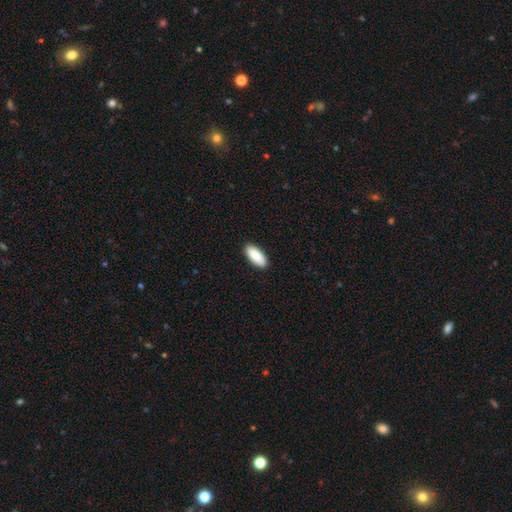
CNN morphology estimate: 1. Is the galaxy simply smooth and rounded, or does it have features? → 89% smooth, 5% star or artifact, 5% featured or disk.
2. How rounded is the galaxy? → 83% in between, 15% cigar-shaped, 2% round.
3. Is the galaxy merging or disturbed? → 91% none, 7% minor disturbance, 2% major disturbance, 1% merger.